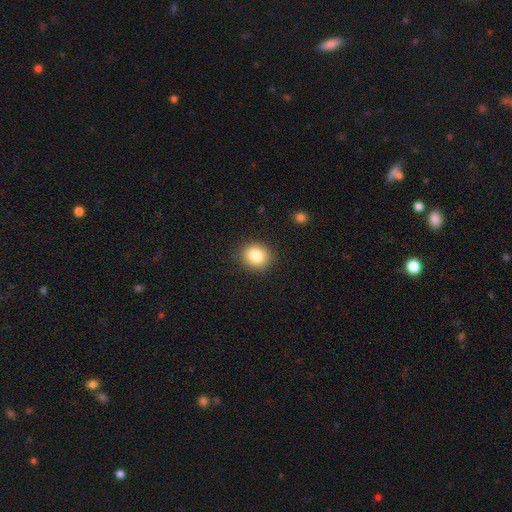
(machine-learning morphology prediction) Smooth or featured?
  - smooth: 84% *
  - star or artifact: 10%
  - featured or disk: 7%
How rounded?
  - round: 77% *
  - in between: 22%
  - cigar-shaped: 1%
Merging?
  - none: 88% *
  - minor disturbance: 8%
  - major disturbance: 2%
  - merger: 1%